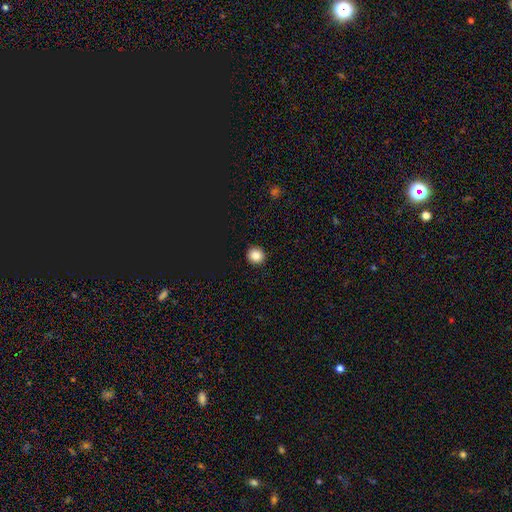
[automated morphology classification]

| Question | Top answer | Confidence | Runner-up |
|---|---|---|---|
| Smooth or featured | smooth | 84% | star or artifact (11%) |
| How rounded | round | 94% | in between (5%) |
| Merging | none | 93% | minor disturbance (5%) |